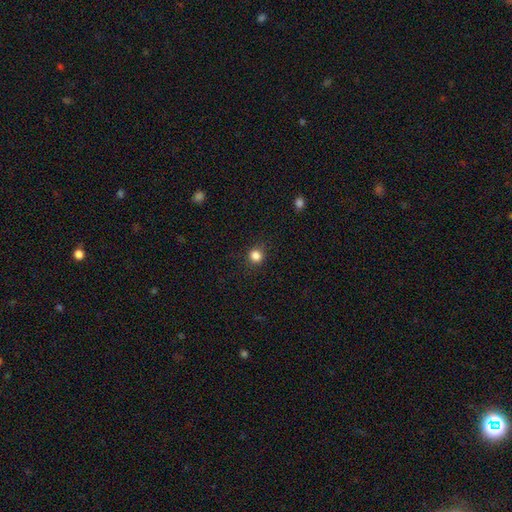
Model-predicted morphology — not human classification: smooth 84%, star or artifact 12%, featured or disk 4%. Down the decision tree: how rounded — round (86%); merging — none (88%).